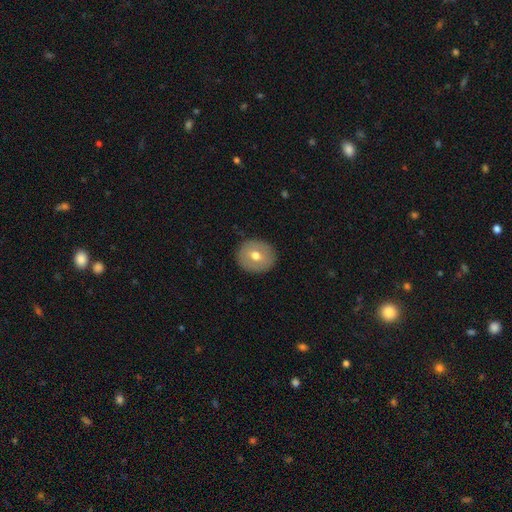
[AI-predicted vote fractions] Q: Smooth or featured?
A: smooth (61%); runner-up: featured or disk (32%)
Q: How rounded?
A: round (80%); runner-up: in between (19%)
Q: Merging?
A: none (88%); runner-up: minor disturbance (8%)